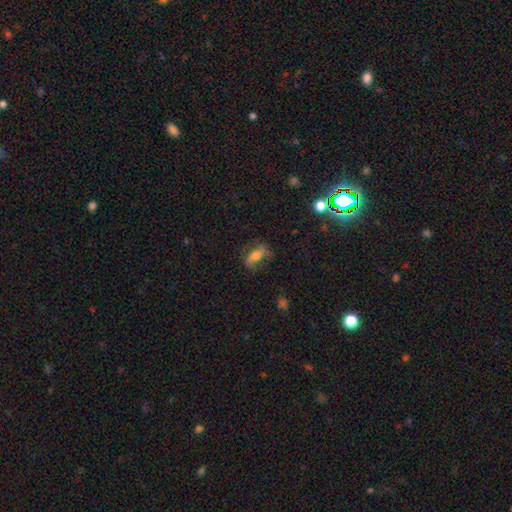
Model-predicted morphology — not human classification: smooth_or_featured: smooth (p=0.50) [alt: featured or disk p=0.42]
merging: none (p=0.68) [alt: minor disturbance p=0.19]